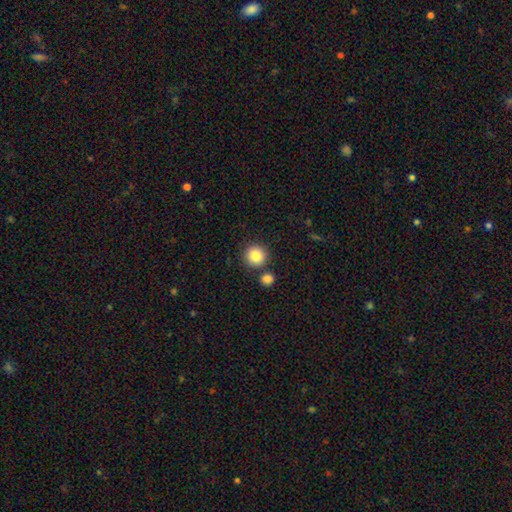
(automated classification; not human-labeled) This is clearly a smooth galaxy (85%). How rounded: clearly round (93%). Merging: clearly none (81%).